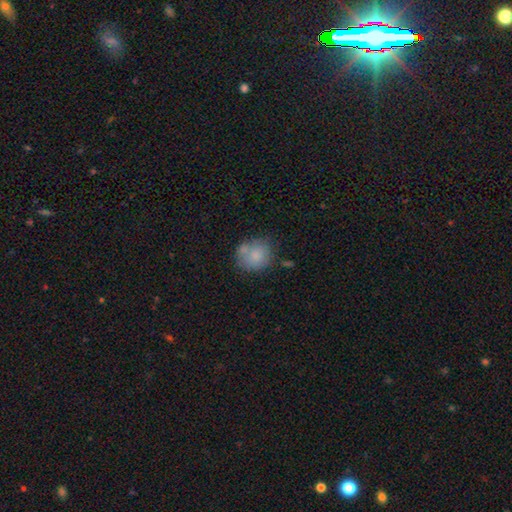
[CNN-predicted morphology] This appears to be a smooth galaxy with no disk features (80%) that is round (79%). Merging: none (57%).